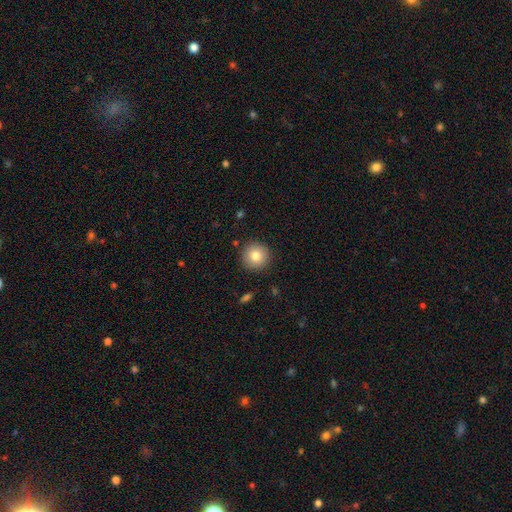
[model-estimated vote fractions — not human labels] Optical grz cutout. It shows a smooth galaxy with no disk features (80%) that is round (95%). Merging: none (91%).